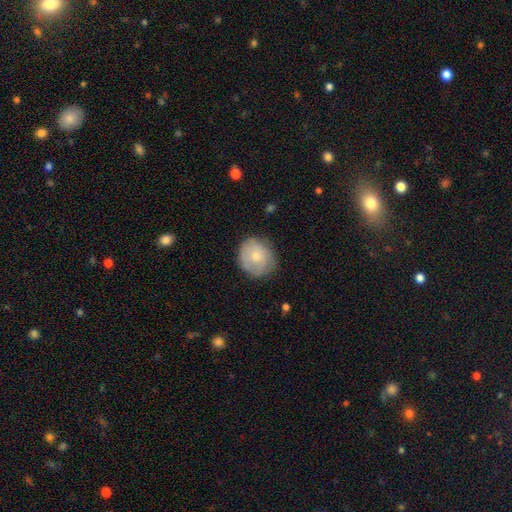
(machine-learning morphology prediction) Overall: smooth (64%; featured or disk 30%). How rounded: round (81%). Merging: none (75%).